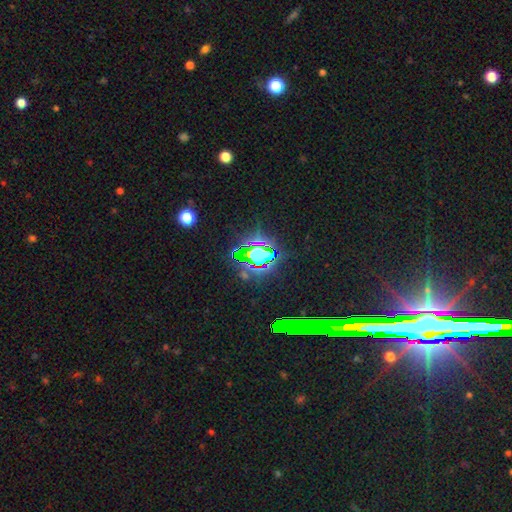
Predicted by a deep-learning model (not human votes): Smooth or featured? Predicted: star or artifact (p=0.80).